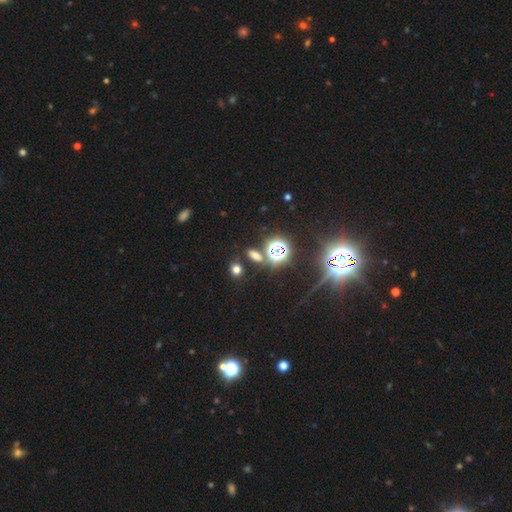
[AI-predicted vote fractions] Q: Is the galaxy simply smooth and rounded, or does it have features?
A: smooth — 55%.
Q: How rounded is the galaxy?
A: in between — 68%.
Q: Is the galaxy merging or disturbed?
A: none — 78%.